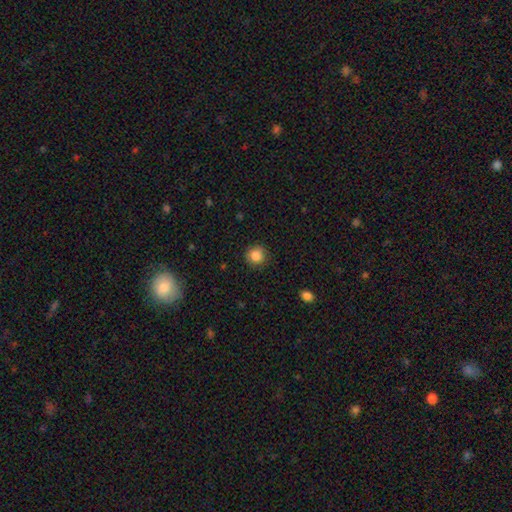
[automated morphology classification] A smooth galaxy with no disk features (86%) that is round (92%).

Vote fractions:
- Smooth or featured? smooth: 86% / star or artifact: 10% / featured or disk: 4%
- How rounded? round: 92% / in between: 7% / cigar-shaped: 1%
- Merging? none: 90% / minor disturbance: 7% / major disturbance: 2% / merger: 1%